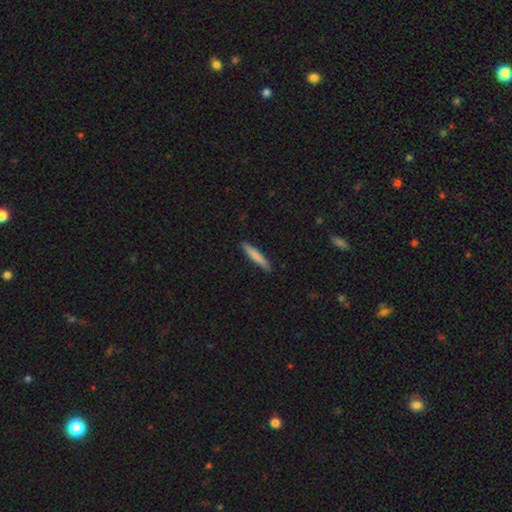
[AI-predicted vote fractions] This is likely a smooth galaxy (78%). How rounded: clearly cigar-shaped (94%). Merging: clearly none (89%).